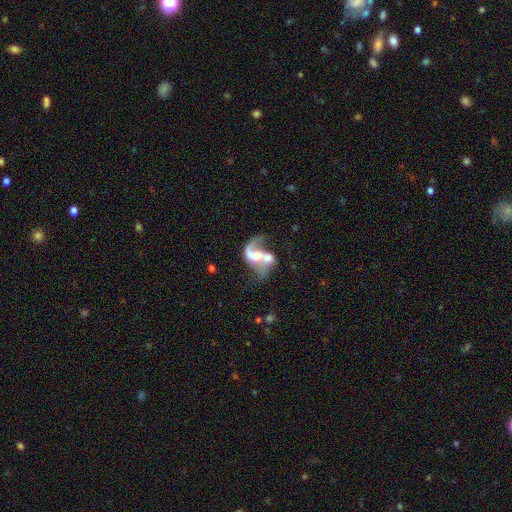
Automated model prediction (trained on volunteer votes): This is likely a featured or disk galaxy (73%). It is clearly not viewed edge-on (97%). Bar: possibly no (53%). Spiral arm pattern: clearly yes (81%). Spiral arm count: possibly 2 (49%). Spiral winding: likely loose (71%). Central bulge: marginally moderate (44%). Merging: likely merger (63%).